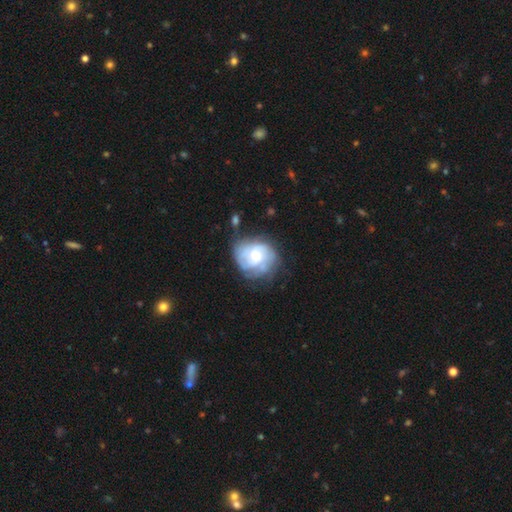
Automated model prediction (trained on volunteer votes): featured or disk 67%, smooth 26%, star or artifact 7%. Down the decision tree: edge-on disk — no (97%); bar — no (74%); spiral arms — yes (79%); spiral arm count — can't tell (48%); spiral winding — tight (55%); bulge size — moderate (59%); merging — none (59%).